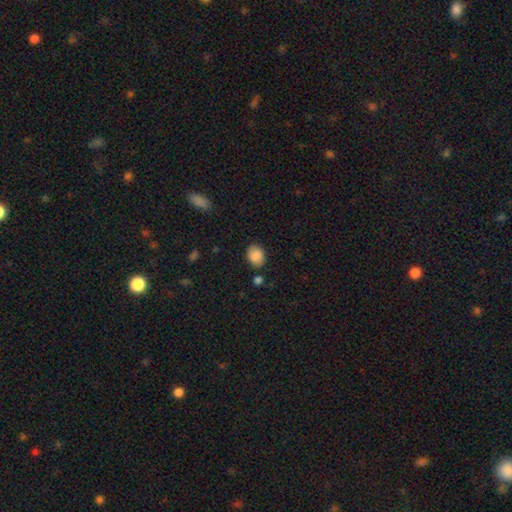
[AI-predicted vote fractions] Smooth or featured? smooth (86%)
How rounded? in between (66%)
Merging? none (79%)